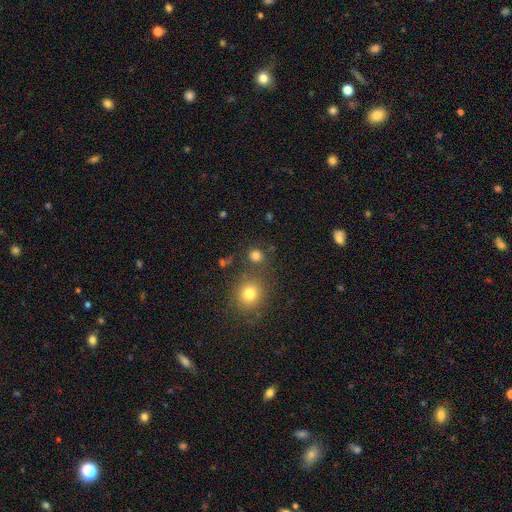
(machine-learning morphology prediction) This appears to be a smooth galaxy with no disk features (77%) that is round (83%). Merging: none (76%).